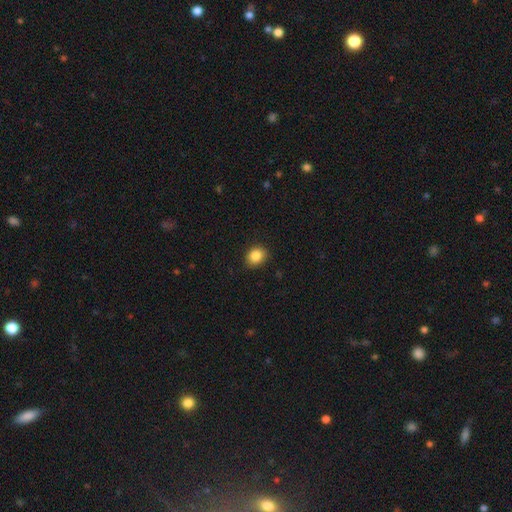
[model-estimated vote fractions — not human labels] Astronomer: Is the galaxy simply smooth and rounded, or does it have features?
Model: smooth — 86%.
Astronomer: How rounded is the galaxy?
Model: round — 63%.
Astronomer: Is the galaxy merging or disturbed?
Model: none — 87%.